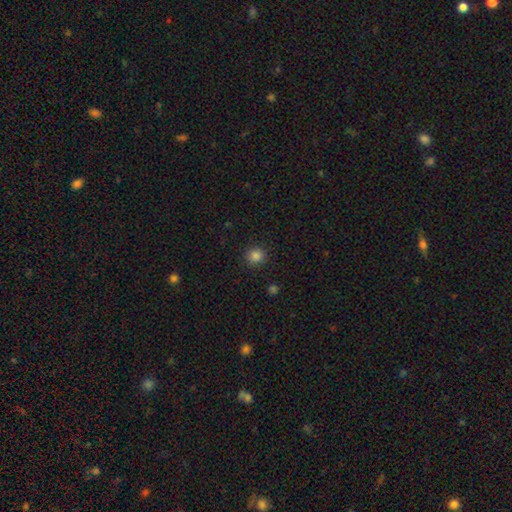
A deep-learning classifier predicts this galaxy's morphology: type=smooth (84%); roundness=round (90%); merging=none (90%).